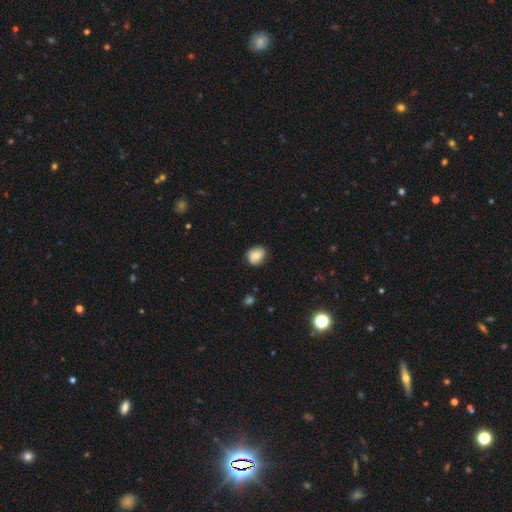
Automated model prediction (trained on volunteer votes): Morphology: type=smooth (77%); roundness=round (60%); merging=none (75%).